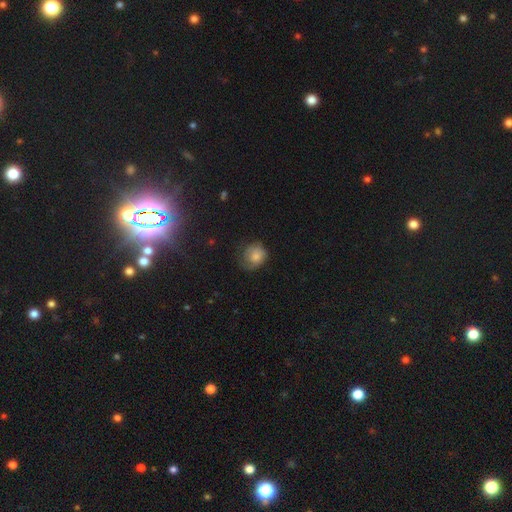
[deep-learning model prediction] A smooth galaxy with no disk features (71%) that is round (72%). Merging: none (55%).